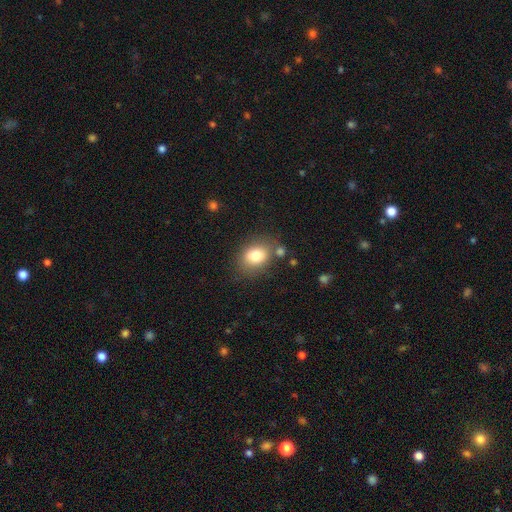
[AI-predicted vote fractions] smooth_or_featured: smooth (p=0.80) [alt: featured or disk p=0.11]
how_rounded: in between (p=0.62) [alt: round p=0.37]
merging: none (p=0.73) [alt: minor disturbance p=0.14]